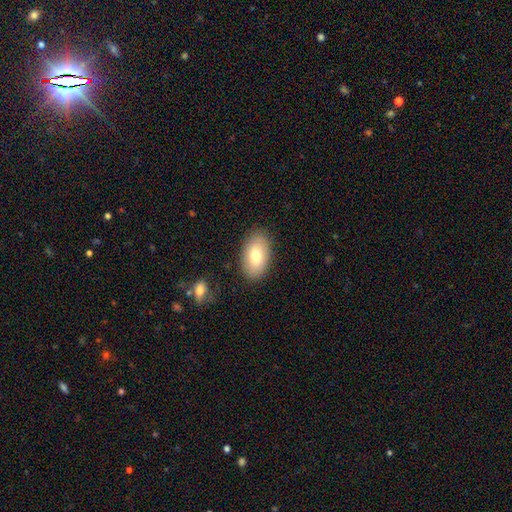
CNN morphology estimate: Smooth or featured: smooth — 74% (featured or disk — 18%)
How rounded: in between — 93% (round — 6%)
Merging: none — 86% (minor disturbance — 10%)